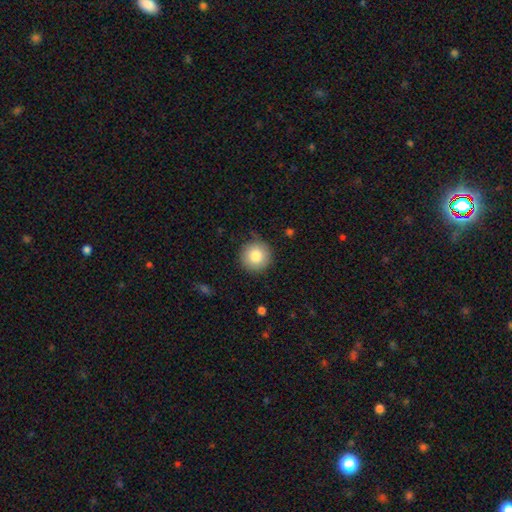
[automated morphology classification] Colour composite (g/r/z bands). It shows a smooth galaxy with no disk features (83%) that is round (95%). Merging: none (85%).